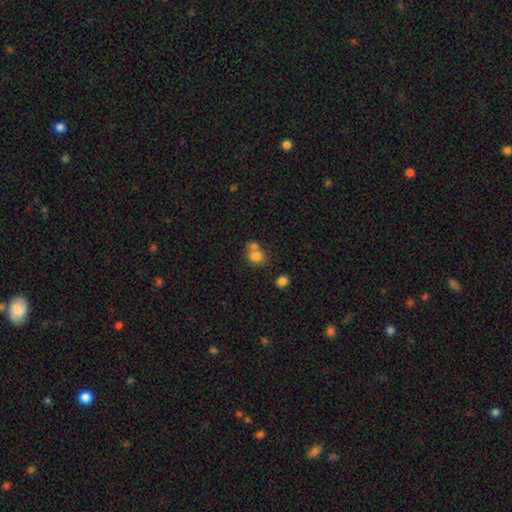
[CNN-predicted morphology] This appears to be a smooth galaxy with no disk features (79%) that is round (73%). Merging: merger (45%).